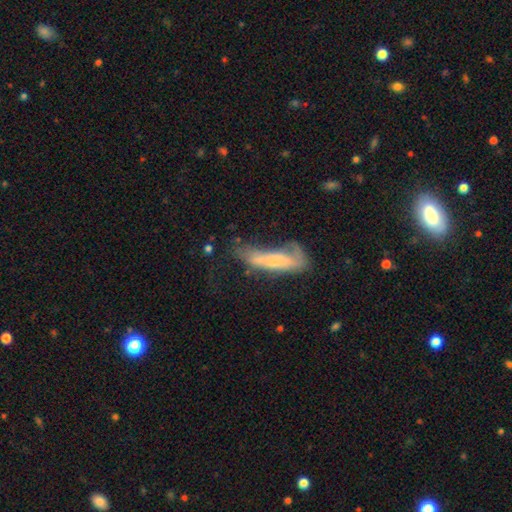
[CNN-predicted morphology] smooth-or-featured: smooth: 56% | featured or disk: 35% | star or artifact: 9%
  how-rounded: cigar-shaped: 68% | in between: 30% | round: 2%
  merging: major disturbance: 39% | none: 27% | minor disturbance: 24% | merger: 10%